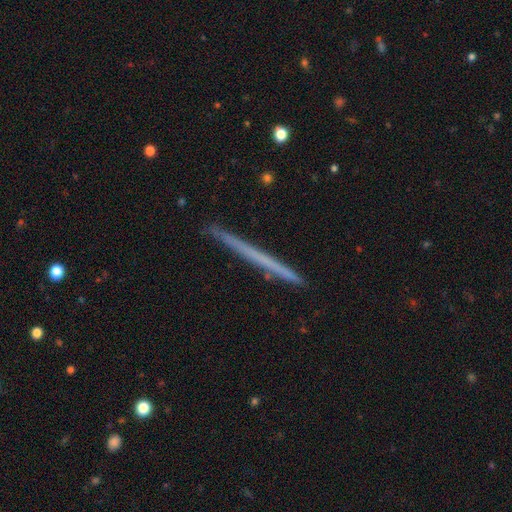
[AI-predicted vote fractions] Overall: featured or disk (54%; smooth 39%). Edge-on disk: yes (97%). Edge-on bulge: none (91%). Merging: none (90%).